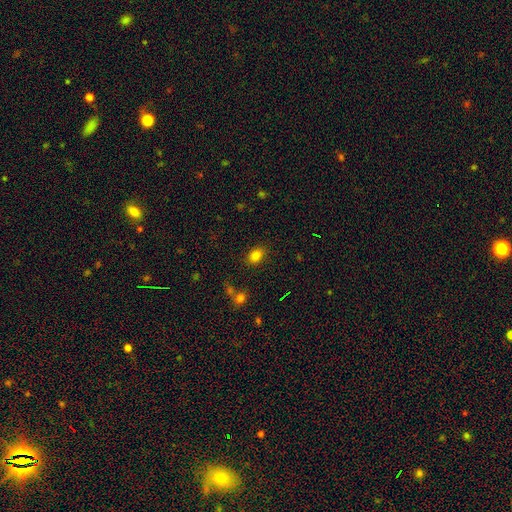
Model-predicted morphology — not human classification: A smooth galaxy with no disk features (81%) that is in between round and cigar-shaped (68%).

Vote fractions:
- Smooth or featured? smooth: 81% / star or artifact: 12% / featured or disk: 7%
- How rounded? in between: 68% / round: 30% / cigar-shaped: 1%
- Merging? none: 84% / minor disturbance: 10% / major disturbance: 3% / merger: 3%